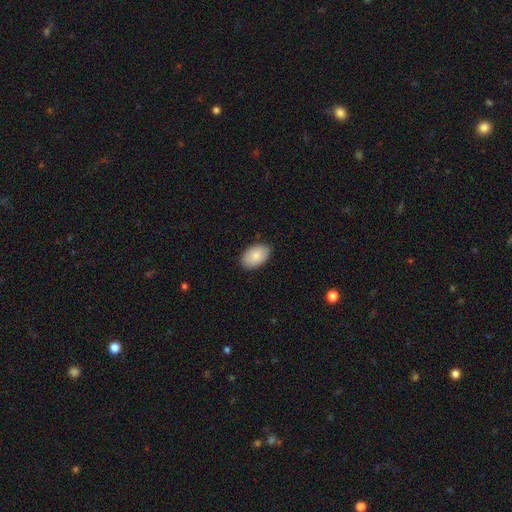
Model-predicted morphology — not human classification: A smooth galaxy with no disk features (83%) that is in between round and cigar-shaped (93%). Merging: none (87%).